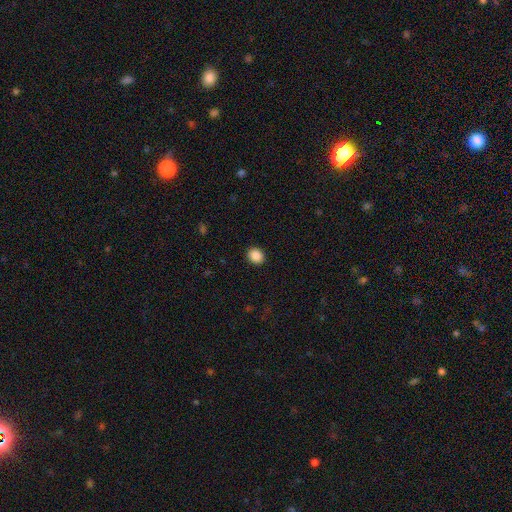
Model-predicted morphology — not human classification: A smooth galaxy with no disk features (88%) that is round (65%).

Vote fractions:
- Smooth or featured? smooth: 88% / star or artifact: 9% / featured or disk: 3%
- How rounded? round: 65% / in between: 34% / cigar-shaped: 1%
- Merging? none: 91% / minor disturbance: 6% / major disturbance: 2% / merger: 1%